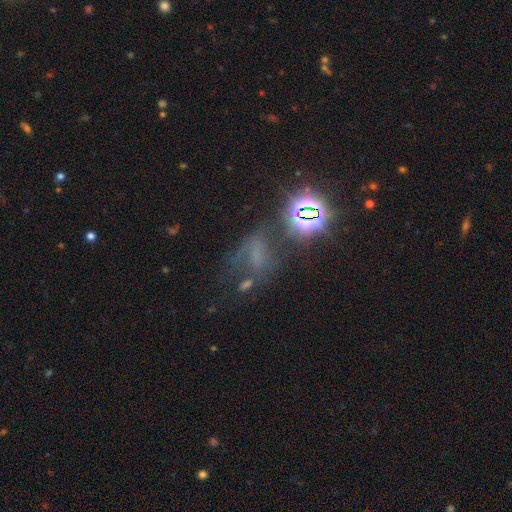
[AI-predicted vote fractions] star or artifact 48%, featured or disk 29%, smooth 23%.